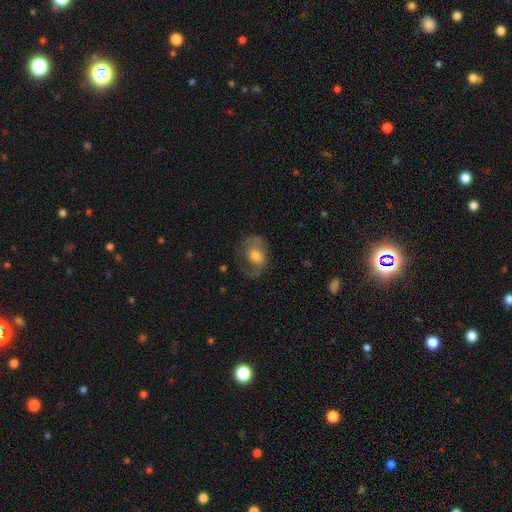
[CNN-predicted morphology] Smooth or featured: featured or disk — 55% (smooth — 37%)
Edge-on disk: no — 96% (yes — 4%)
Bar: no — 60% (weak — 31%)
Spiral arms: yes — 68% (no — 32%)
Bulge size: moderate — 59% (small — 22%)
Merging: none — 54% (minor disturbance — 22%)